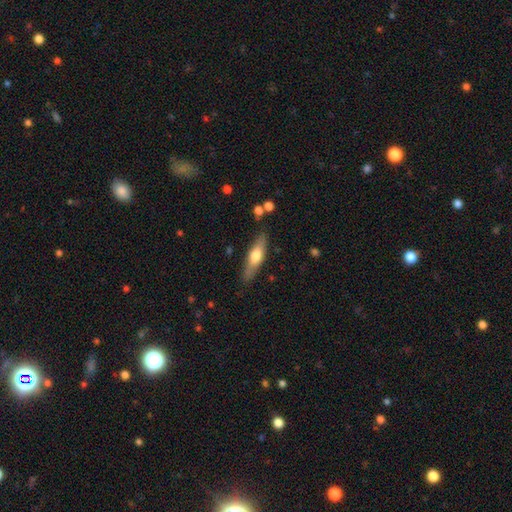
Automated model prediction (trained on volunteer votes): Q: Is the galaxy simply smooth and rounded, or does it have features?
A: smooth — 52%.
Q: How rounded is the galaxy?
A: cigar-shaped — 64%.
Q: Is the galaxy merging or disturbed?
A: none — 84%.